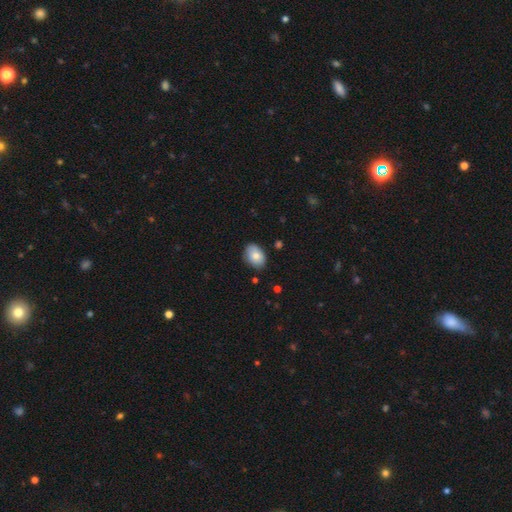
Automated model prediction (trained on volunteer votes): smooth_or_featured: smooth (p=0.79) [alt: featured or disk p=0.14]
how_rounded: in between (p=0.78) [alt: round p=0.21]
merging: none (p=0.82) [alt: minor disturbance p=0.14]